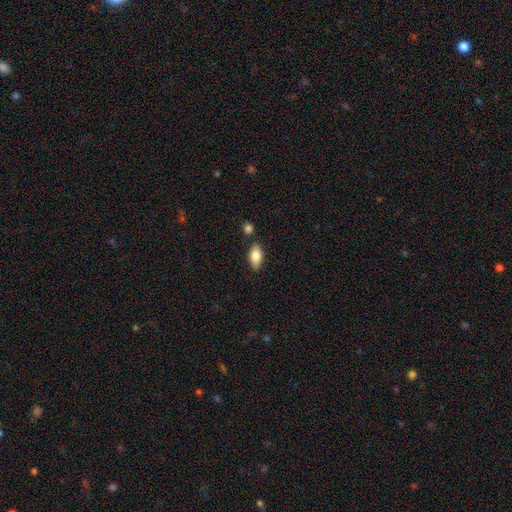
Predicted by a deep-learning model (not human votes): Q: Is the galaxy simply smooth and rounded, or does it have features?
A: smooth — 80%.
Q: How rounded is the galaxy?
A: in between — 89%.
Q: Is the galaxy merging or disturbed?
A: none — 79%.